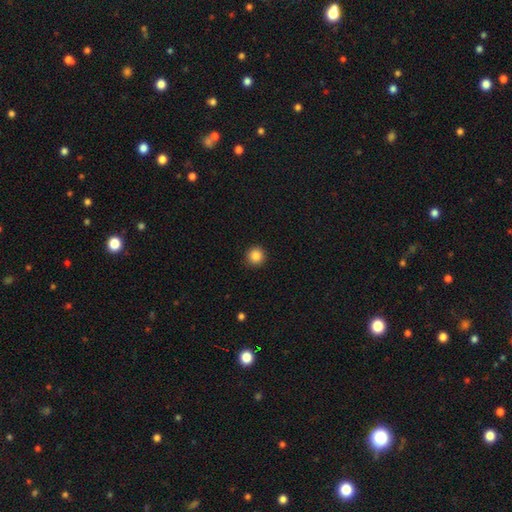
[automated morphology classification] Smooth or featured? smooth (86%)
How rounded? round (95%)
Merging? none (92%)